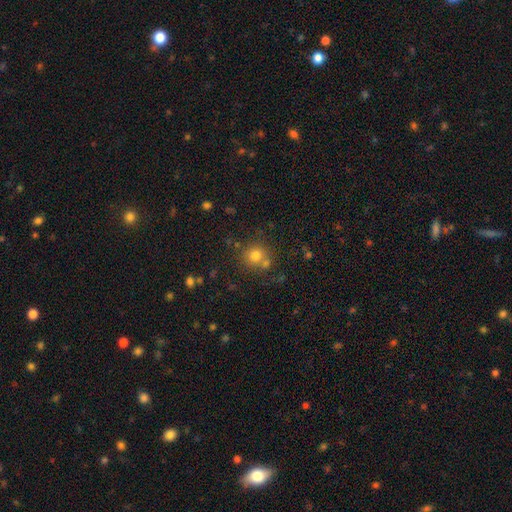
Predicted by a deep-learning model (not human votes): Smooth or featured? Predicted: smooth (p=0.75). How rounded? Predicted: round (p=0.88). Merging? Predicted: none (p=0.64).